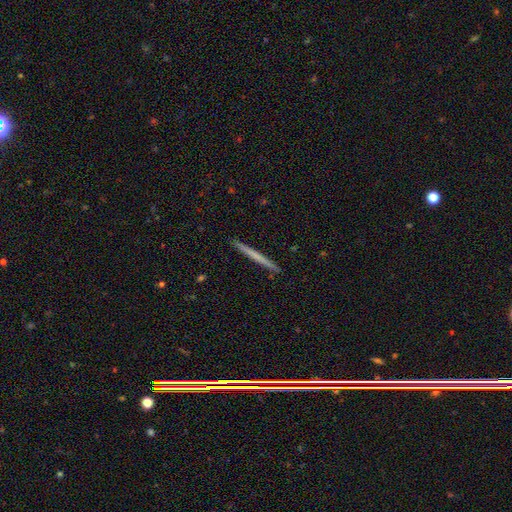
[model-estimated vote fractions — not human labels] The model was most divided on "smooth or featured": smooth: 49%, featured or disk: 45%, star or artifact: 5%. More confident: merging — none (93%).